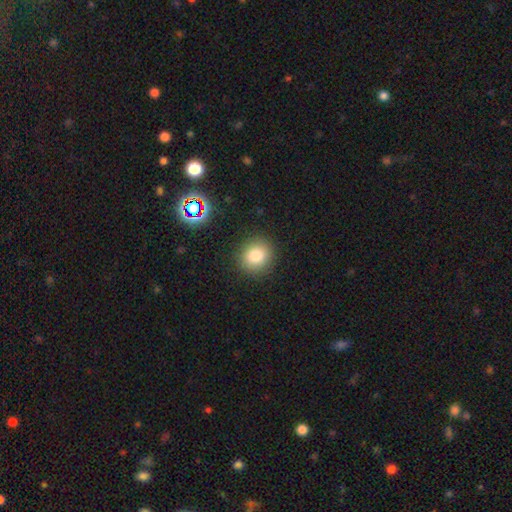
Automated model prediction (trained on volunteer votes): Smooth or featured?
  - smooth: 81% *
  - star or artifact: 12%
  - featured or disk: 7%
How rounded?
  - round: 84% *
  - in between: 15%
  - cigar-shaped: 1%
Merging?
  - none: 90% *
  - minor disturbance: 7%
  - major disturbance: 2%
  - merger: 1%